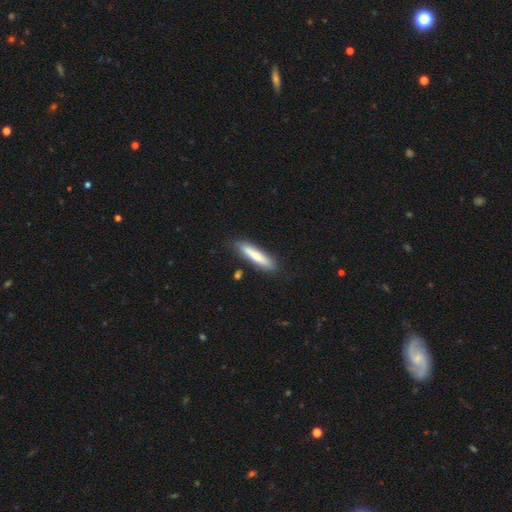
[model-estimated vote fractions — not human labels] Smooth or featured? smooth (66%)
How rounded? cigar-shaped (83%)
Merging? none (84%)